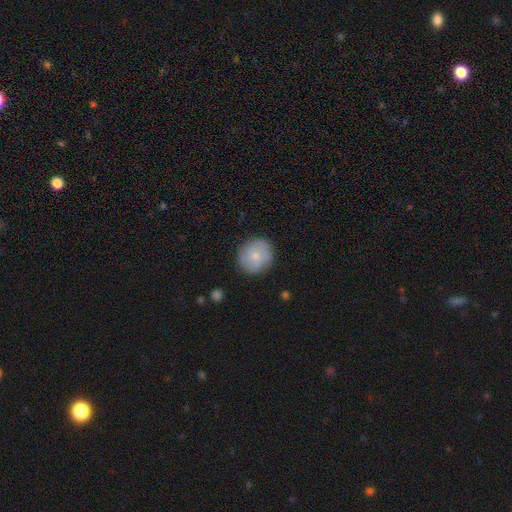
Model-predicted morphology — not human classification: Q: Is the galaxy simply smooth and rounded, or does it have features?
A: smooth — 72%.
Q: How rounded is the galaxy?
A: round — 86%.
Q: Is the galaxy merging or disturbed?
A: none — 85%.